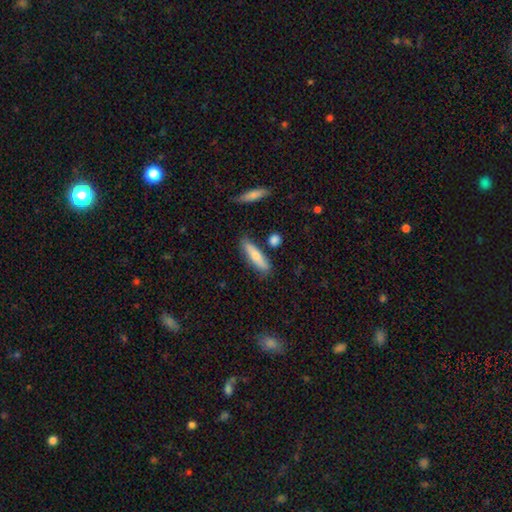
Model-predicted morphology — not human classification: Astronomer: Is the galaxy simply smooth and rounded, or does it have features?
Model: smooth — 67%.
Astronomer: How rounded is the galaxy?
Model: cigar-shaped — 69%.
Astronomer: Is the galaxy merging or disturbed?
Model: none — 79%.